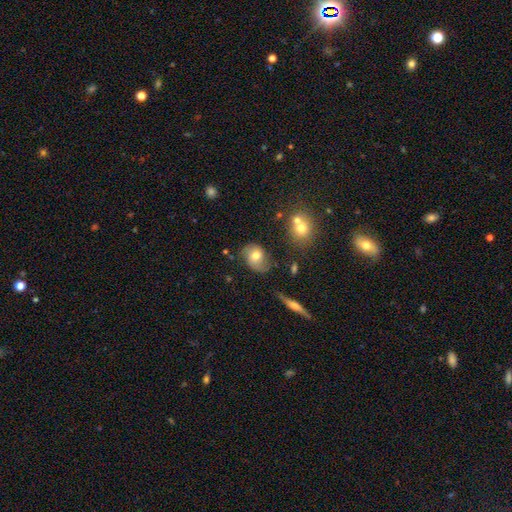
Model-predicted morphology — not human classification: Smooth or featured: smooth — 48% (featured or disk — 42%)
Merging: none — 58% (minor disturbance — 26%)